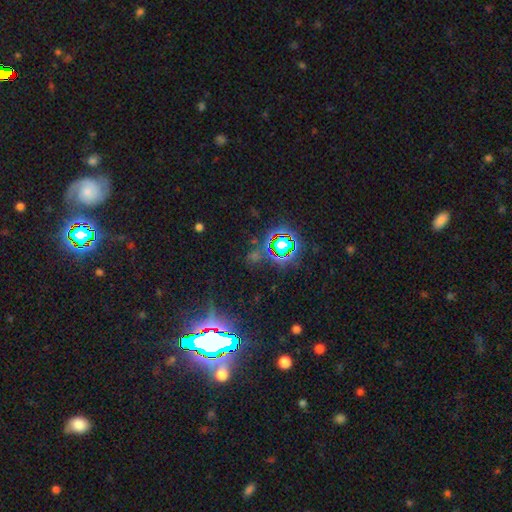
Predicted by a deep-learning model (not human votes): Smooth or featured: star or artifact — 76% (smooth — 16%)